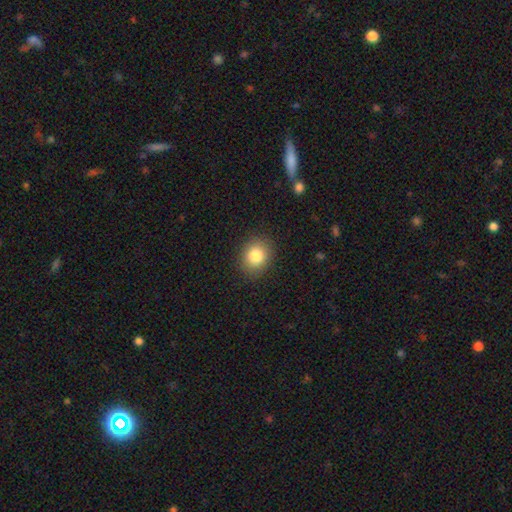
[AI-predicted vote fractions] smooth 83%, star or artifact 10%, featured or disk 7%. Down the decision tree: how rounded — round (63%); merging — none (88%).